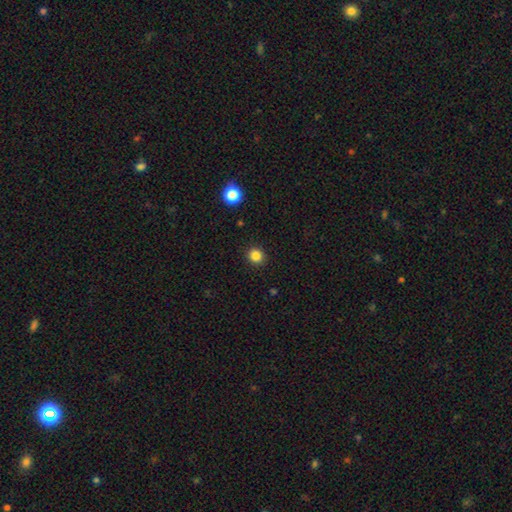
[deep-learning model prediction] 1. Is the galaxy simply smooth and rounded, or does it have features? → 84% smooth, 12% star or artifact, 4% featured or disk.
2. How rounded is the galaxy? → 91% round, 9% in between, 1% cigar-shaped.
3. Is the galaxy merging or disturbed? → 92% none, 5% minor disturbance, 2% major disturbance, 1% merger.